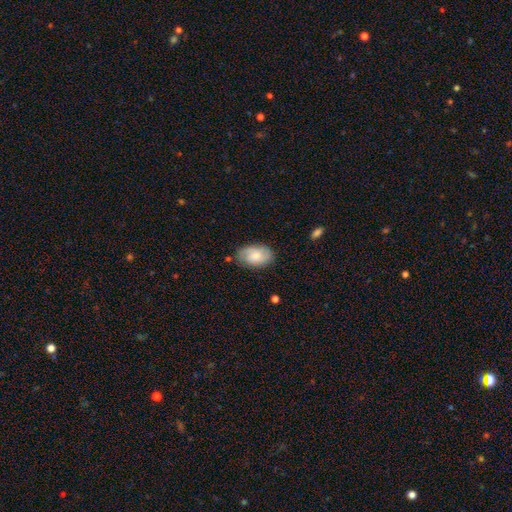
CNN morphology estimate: The model was most divided on "smooth or featured": smooth: 57%, featured or disk: 36%, star or artifact: 7%. More confident: how rounded — in between (90%); merging — none (73%).